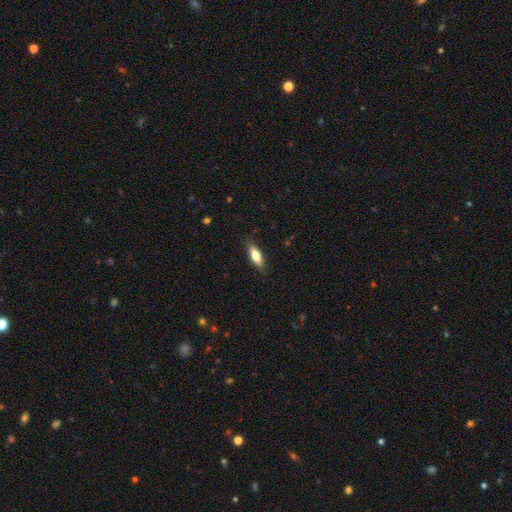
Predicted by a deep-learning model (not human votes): smooth 73%, featured or disk 20%, star or artifact 6%. Down the decision tree: how rounded — in between (59%); merging — none (85%).